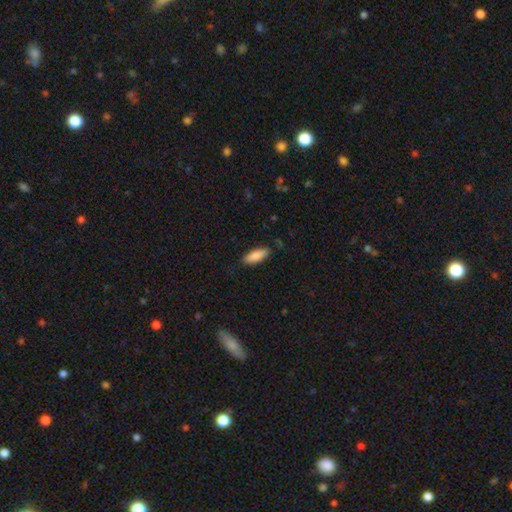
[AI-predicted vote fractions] smooth_or_featured: smooth (p=0.86) [alt: featured or disk p=0.08]
how_rounded: in between (p=0.65) [alt: cigar-shaped p=0.33]
merging: none (p=0.83) [alt: minor disturbance p=0.13]